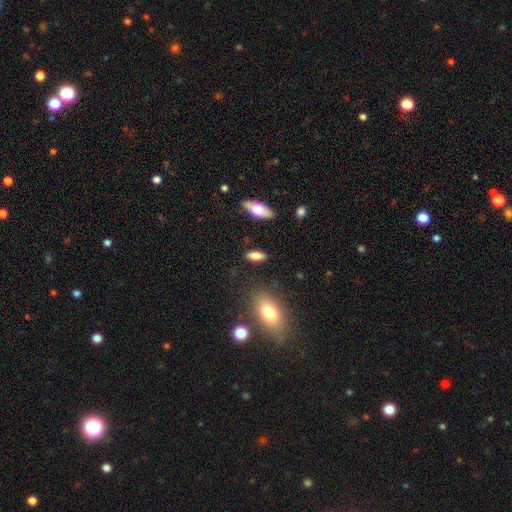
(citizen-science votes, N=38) smooth_or_featured: smooth (p=0.66) [alt: featured or disk p=0.32]
how_rounded: in between (p=0.52) [alt: cigar-shaped p=0.48]
merging: none (p=0.81) [alt: minor disturbance p=0.11]